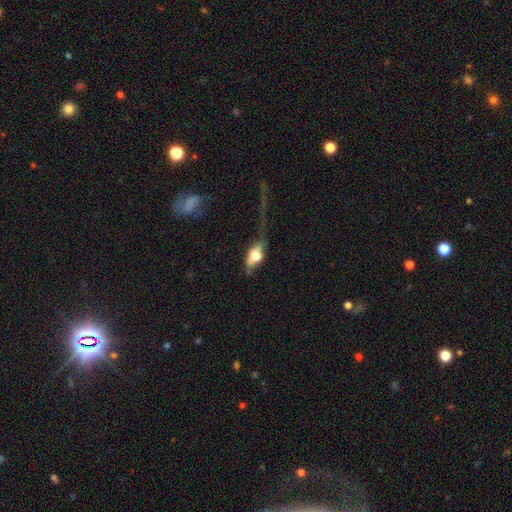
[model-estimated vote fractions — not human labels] smooth_or_featured: smooth (p=0.49) [alt: featured or disk p=0.42]
merging: major disturbance (p=0.46) [alt: none p=0.26]